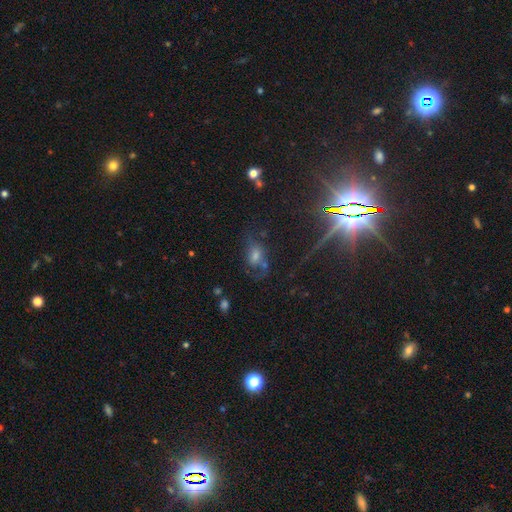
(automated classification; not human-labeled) Smooth or featured? Predicted: featured or disk (p=0.37). Merging? Predicted: none (p=0.45).